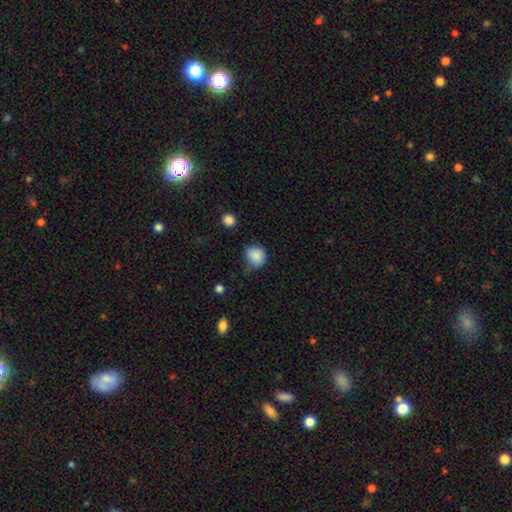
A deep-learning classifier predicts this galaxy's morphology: type=smooth (86%); roundness=round (80%); merging=none (56%).